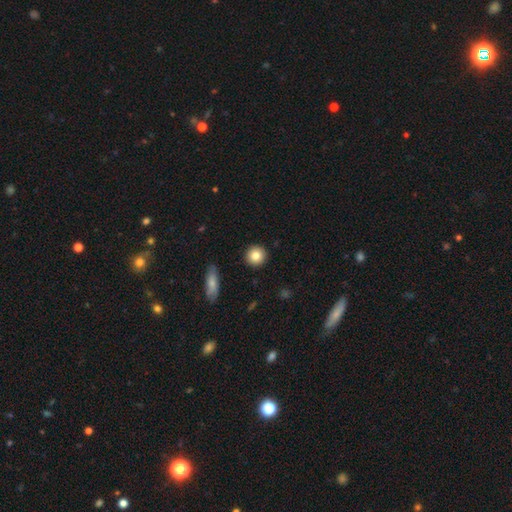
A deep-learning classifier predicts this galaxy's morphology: Smooth or featured?
  - smooth: 83% *
  - featured or disk: 9%
  - star or artifact: 8%
How rounded?
  - round: 93% *
  - in between: 6%
  - cigar-shaped: 1%
Merging?
  - none: 92% *
  - minor disturbance: 5%
  - major disturbance: 2%
  - merger: 1%